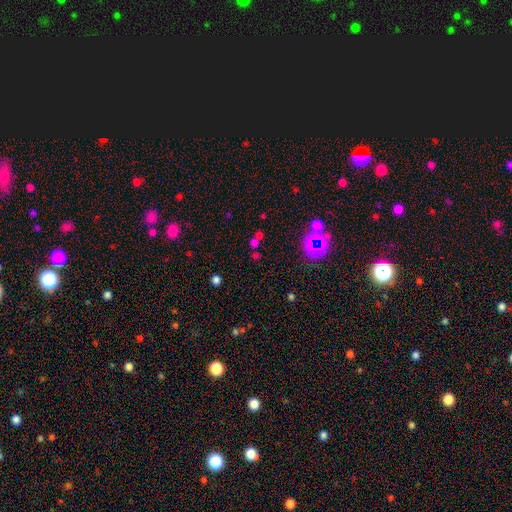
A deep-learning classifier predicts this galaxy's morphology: Smooth or featured? Predicted: star or artifact (p=0.46).